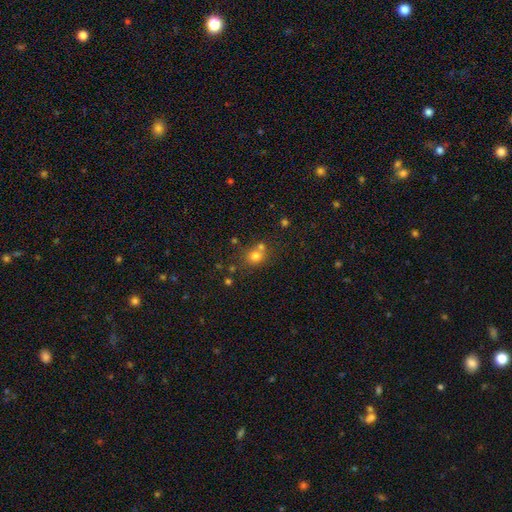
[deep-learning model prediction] smooth_or_featured: smooth (p=0.74) [alt: star or artifact p=0.16]
how_rounded: round (p=0.72) [alt: in between p=0.27]
merging: none (p=0.53) [alt: merger p=0.32]